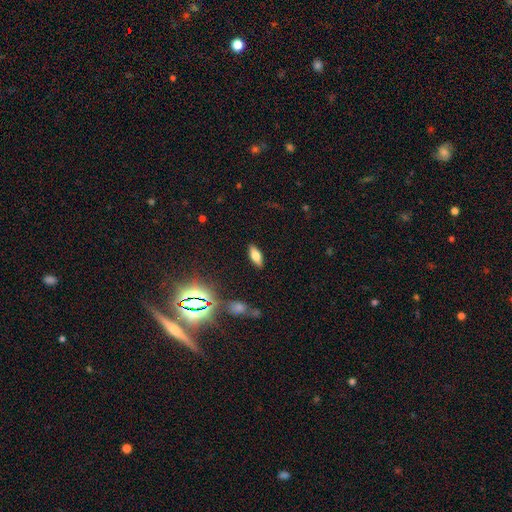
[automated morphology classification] This appears to be a smooth galaxy with no disk features (64%) that is in between round and cigar-shaped (71%). Merging: none (88%).